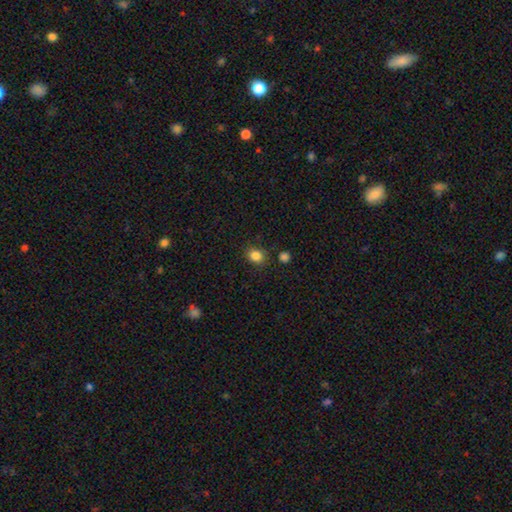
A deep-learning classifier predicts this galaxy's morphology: This is clearly a smooth galaxy (84%). How rounded: likely round (62%). Merging: clearly none (82%).